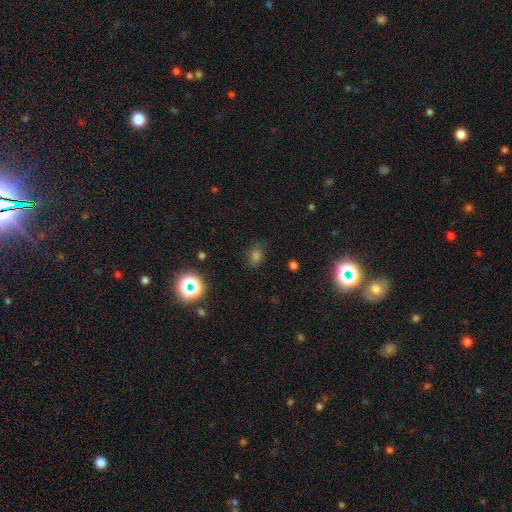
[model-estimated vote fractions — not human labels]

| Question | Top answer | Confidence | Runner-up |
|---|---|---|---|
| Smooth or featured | smooth | 58% | star or artifact (33%) |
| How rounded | in between | 54% | round (44%) |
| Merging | none | 75% | minor disturbance (17%) |